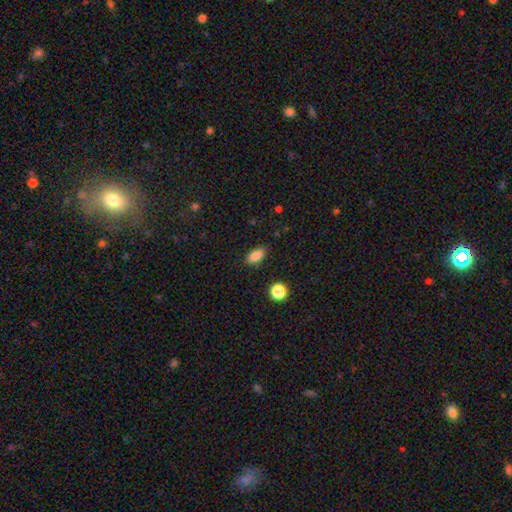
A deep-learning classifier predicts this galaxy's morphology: Smooth or featured? smooth (86%)
How rounded? in between (88%)
Merging? none (84%)